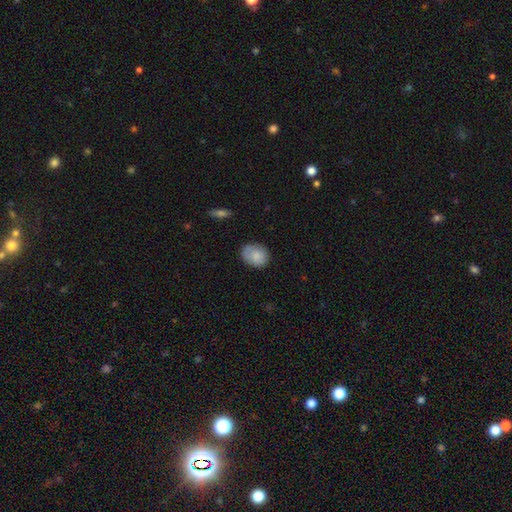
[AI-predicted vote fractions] Q: Smooth or featured?
A: smooth (82%); runner-up: featured or disk (11%)
Q: How rounded?
A: in between (53%); runner-up: round (46%)
Q: Merging?
A: none (74%); runner-up: minor disturbance (21%)